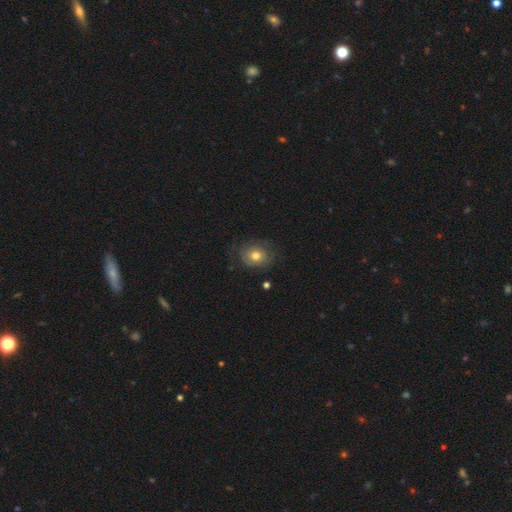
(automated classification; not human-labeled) Smooth or featured? smooth (64%)
How rounded? round (63%)
Merging? none (69%)